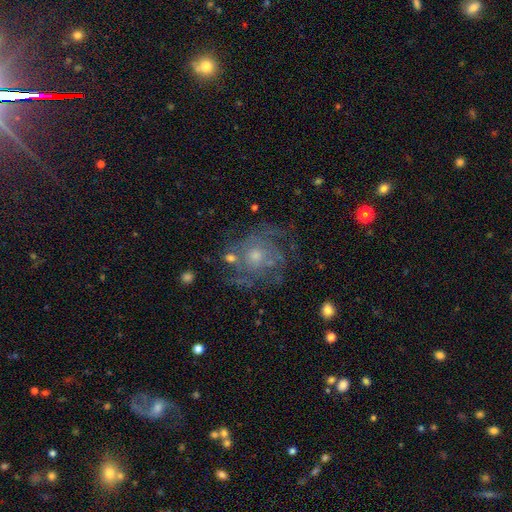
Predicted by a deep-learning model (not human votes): Q: Smooth or featured?
A: featured or disk (71%); runner-up: smooth (17%)
Q: Edge-on disk?
A: no (97%); runner-up: yes (3%)
Q: Bar?
A: no (83%); runner-up: weak (14%)
Q: Spiral arms?
A: yes (77%); runner-up: no (23%)
Q: Spiral winding?
A: tight (52%); runner-up: medium (35%)
Q: Spiral arm count?
A: can't tell (49%); runner-up: 3 (15%)
Q: Bulge size?
A: moderate (49%); runner-up: small (42%)
Q: Merging?
A: none (65%); runner-up: minor disturbance (17%)